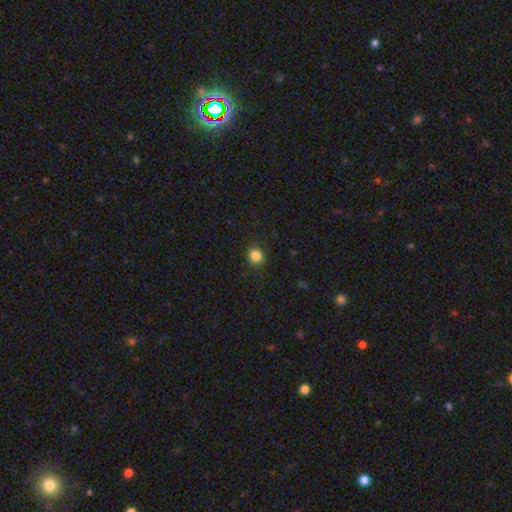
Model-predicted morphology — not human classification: This appears to be a smooth galaxy with no disk features (85%) that is round (69%). Merging: none (89%).